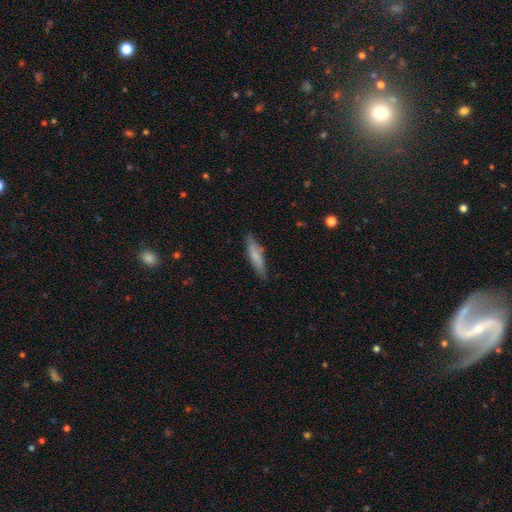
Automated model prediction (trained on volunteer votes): This appears to be a smooth galaxy with no disk features (73%) that is cigar-shaped (78%). Merging: none (82%).